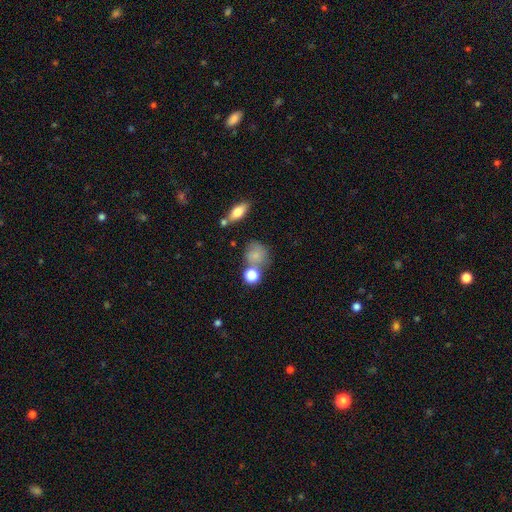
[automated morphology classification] Smooth or featured: smooth — 75% (star or artifact — 13%)
How rounded: round — 75% (in between — 23%)
Merging: none — 56% (merger — 19%)